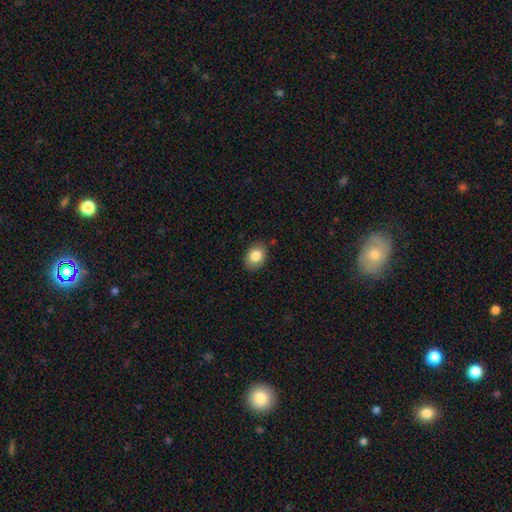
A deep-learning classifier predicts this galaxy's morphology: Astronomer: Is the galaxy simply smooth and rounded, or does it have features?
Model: smooth — 85%.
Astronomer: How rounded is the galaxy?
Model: in between — 67%.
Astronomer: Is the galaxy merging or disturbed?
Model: none — 84%.